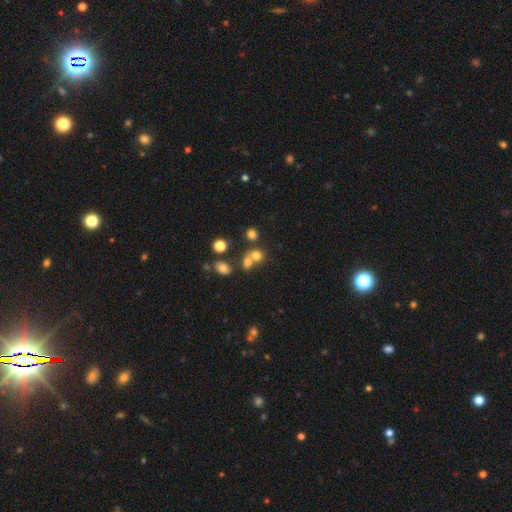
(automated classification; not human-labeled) smooth-or-featured: smooth: 70% | star or artifact: 17% | featured or disk: 12%
  how-rounded: round: 75% | in between: 24% | cigar-shaped: 1%
  merging: merger: 48% | none: 40% | minor disturbance: 8% | major disturbance: 4%